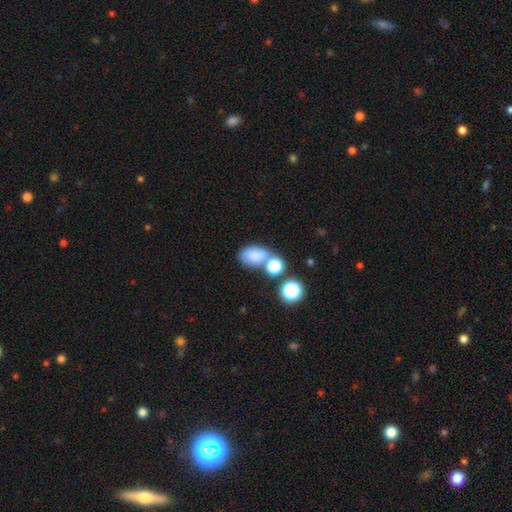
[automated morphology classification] This is likely a smooth galaxy (77%). How rounded: likely in between (79%). Merging: marginally none (41%).